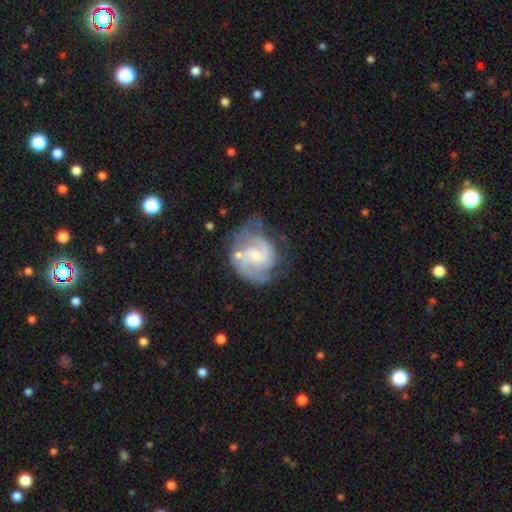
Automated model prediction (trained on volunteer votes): A featured or disk galaxy (84%) with no bar (50%), 2 (63%) medium (46%) spiral arms (95%) and a small central bulge (60%). Merging: none (57%).